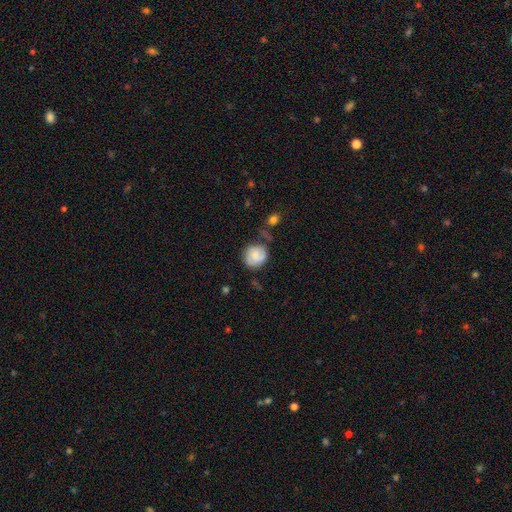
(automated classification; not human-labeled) A smooth galaxy with no disk features (63%) that is round (80%).

Vote fractions:
- Smooth or featured? smooth: 63% / featured or disk: 30% / star or artifact: 8%
- How rounded? round: 80% / in between: 19% / cigar-shaped: 1%
- Merging? none: 56% / minor disturbance: 28% / major disturbance: 10% / merger: 5%